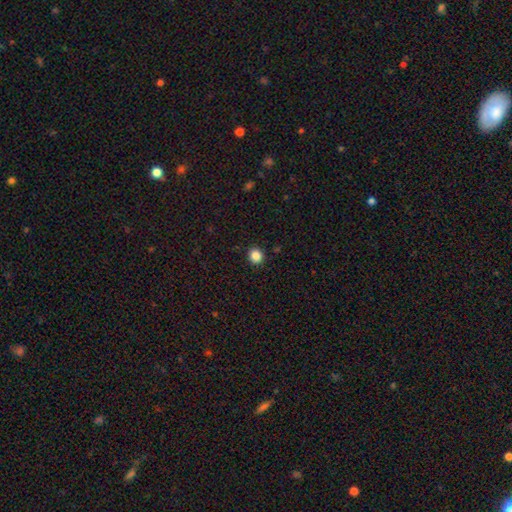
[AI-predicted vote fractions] Smooth or featured?
  - smooth: 86% *
  - star or artifact: 11%
  - featured or disk: 3%
How rounded?
  - round: 86% *
  - in between: 13%
  - cigar-shaped: 1%
Merging?
  - none: 91% *
  - minor disturbance: 6%
  - major disturbance: 2%
  - merger: 1%